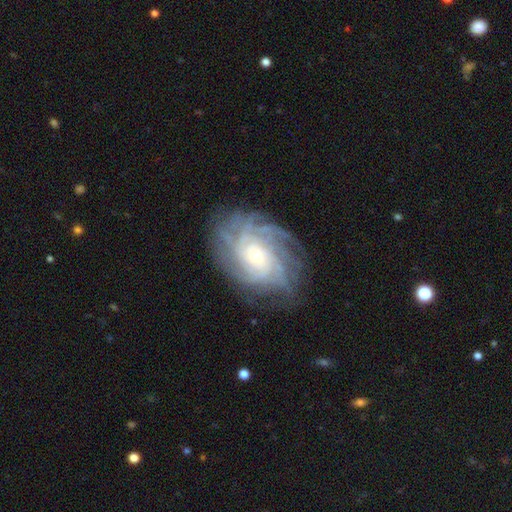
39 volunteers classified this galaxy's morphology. smooth_or_featured: featured or disk (p=0.97) [alt: smooth p=0.03]
disk_edge_on: no (p=1.00)
bar: no (p=0.84) [alt: strong p=0.11]
has_spiral_arms: yes (p=1.00)
spiral_winding: tight (p=0.71) [alt: medium p=0.26]
spiral_arm_count: more than 4 (p=0.47) [alt: can't tell p=0.42]
bulge_size: small (p=0.74) [alt: moderate p=0.21]
merging: none (p=0.74) [alt: minor disturbance p=0.21]